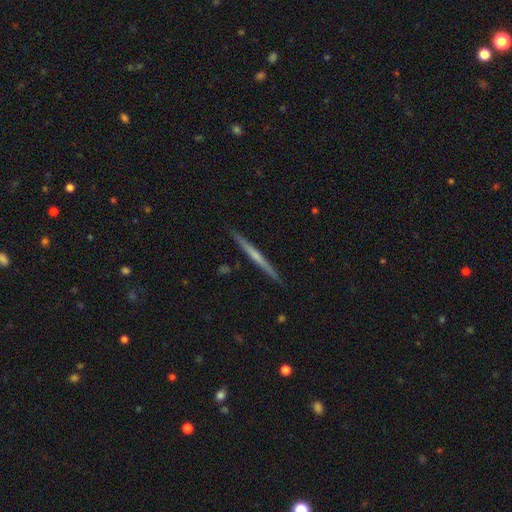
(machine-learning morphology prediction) smooth-or-featured: featured or disk: 58% | smooth: 37% | star or artifact: 5%
  disk-edge-on: yes: 98% | no: 2%
    edge-on-bulge: none: 68% | rounded: 26% | boxy: 6%
  merging: none: 92% | minor disturbance: 6% | major disturbance: 1% | merger: 1%